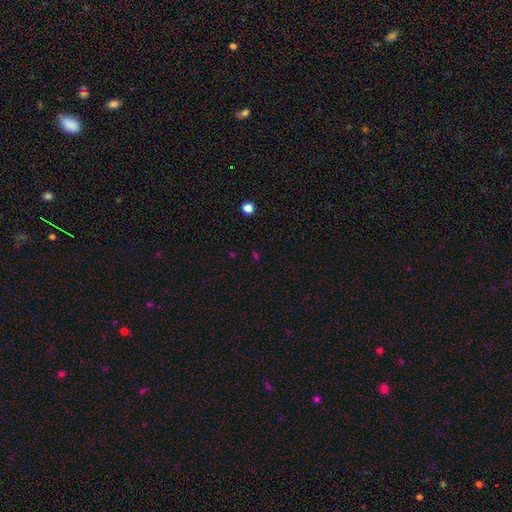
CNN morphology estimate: Overall: star or artifact (54%; smooth 39%).